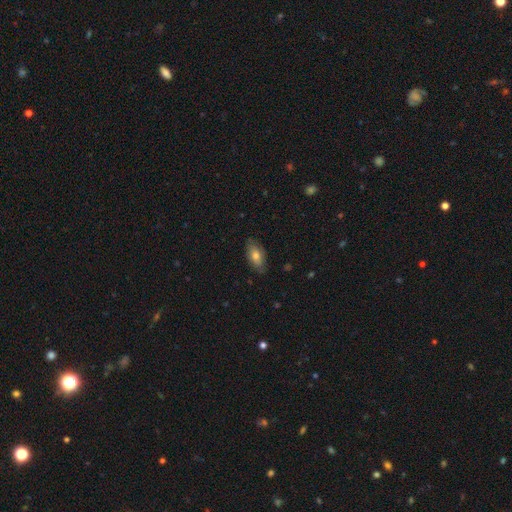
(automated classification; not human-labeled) A smooth galaxy with no disk features (73%) that is in between round and cigar-shaped (88%).

Vote fractions:
- Smooth or featured? smooth: 73% / featured or disk: 20% / star or artifact: 7%
- How rounded? in between: 88% / cigar-shaped: 8% / round: 4%
- Merging? none: 81% / minor disturbance: 15% / major disturbance: 3% / merger: 1%